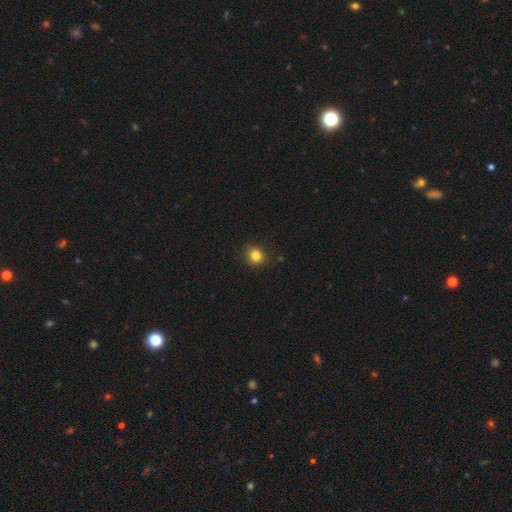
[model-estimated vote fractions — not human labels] smooth 83%, star or artifact 11%, featured or disk 6%. Down the decision tree: how rounded — round (73%); merging — none (83%).